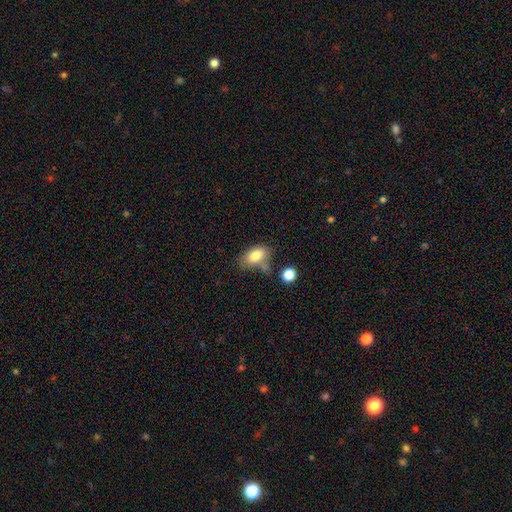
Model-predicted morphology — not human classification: A smooth galaxy with no disk features (80%) that is in between round and cigar-shaped (89%). Merging: none (49%).